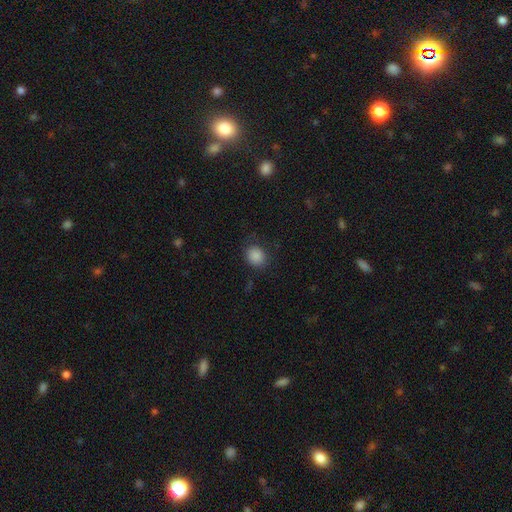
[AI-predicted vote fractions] This appears to be a smooth galaxy with no disk features (87%) that is round (68%). Merging: none (79%).